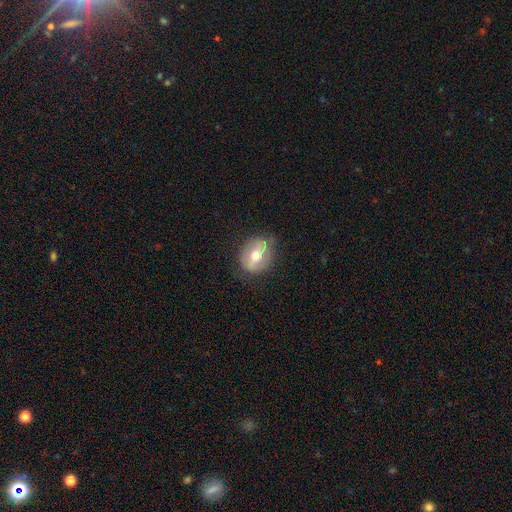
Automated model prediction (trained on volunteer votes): This appears to be a smooth galaxy with no disk features (48%). Merging: none (73%).